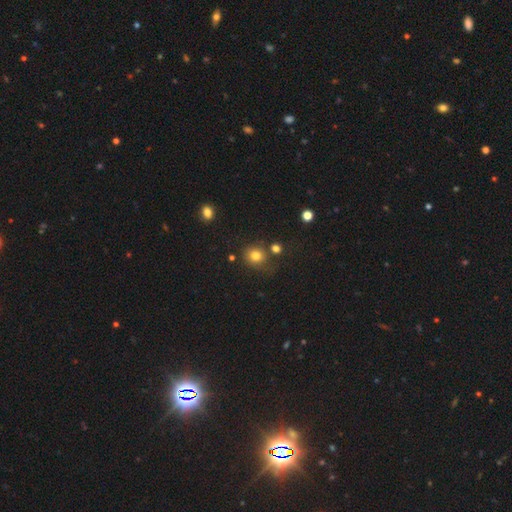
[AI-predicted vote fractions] smooth 79%, star or artifact 14%, featured or disk 7%. Down the decision tree: how rounded — round (76%); merging — none (72%).